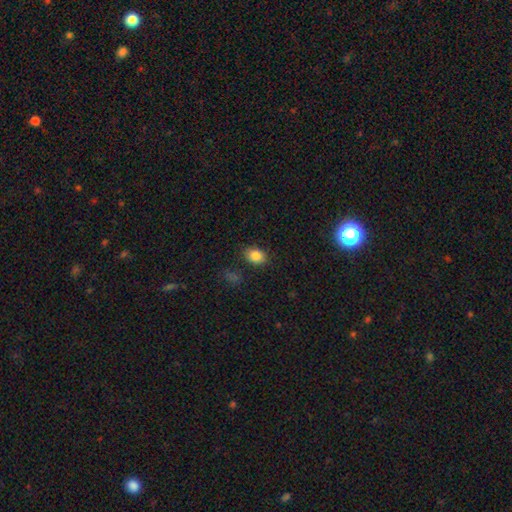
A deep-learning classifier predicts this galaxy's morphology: Smooth or featured? Predicted: smooth (p=0.84). How rounded? Predicted: in between (p=0.70). Merging? Predicted: none (p=0.83).